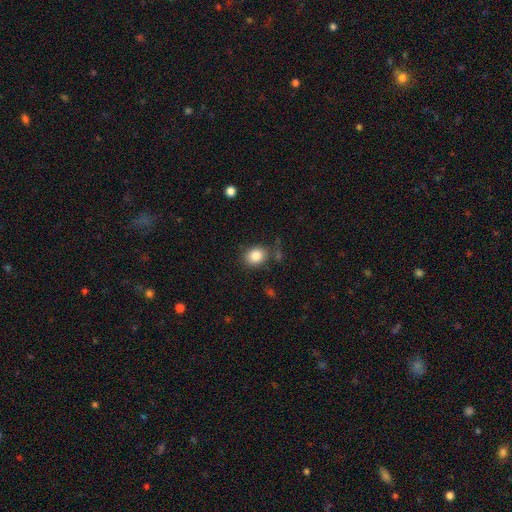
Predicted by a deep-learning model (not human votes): Overall: smooth (84%). How rounded: round (53%; in between 46%). Merging: none (77%).